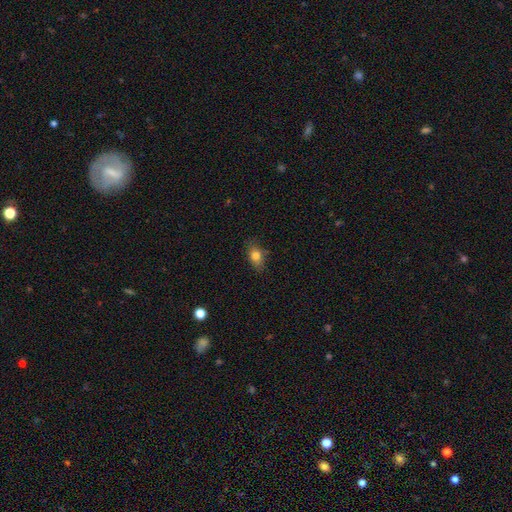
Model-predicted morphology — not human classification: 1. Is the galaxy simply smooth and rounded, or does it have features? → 79% smooth, 11% featured or disk, 10% star or artifact.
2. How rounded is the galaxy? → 75% in between, 21% round, 4% cigar-shaped.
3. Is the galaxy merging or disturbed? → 73% none, 21% minor disturbance, 5% major disturbance, 1% merger.